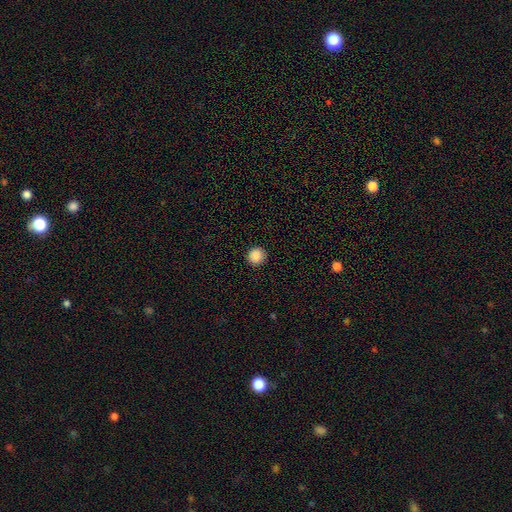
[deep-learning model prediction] Smooth or featured: smooth — 88% (star or artifact — 9%)
How rounded: round — 93% (in between — 6%)
Merging: none — 92% (minor disturbance — 5%)